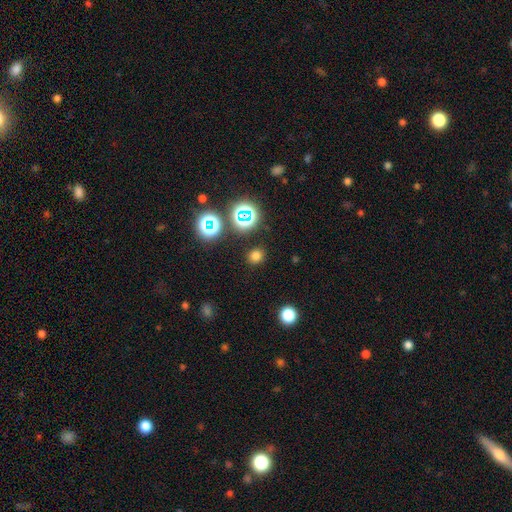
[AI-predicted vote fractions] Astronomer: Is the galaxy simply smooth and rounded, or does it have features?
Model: smooth — 72%.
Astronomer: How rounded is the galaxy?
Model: round — 81%.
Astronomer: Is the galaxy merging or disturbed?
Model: none — 88%.